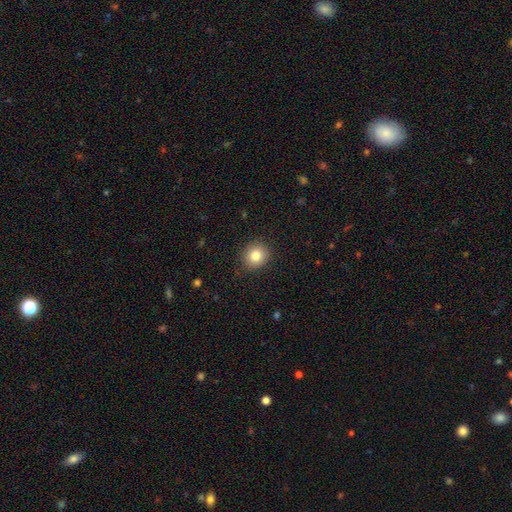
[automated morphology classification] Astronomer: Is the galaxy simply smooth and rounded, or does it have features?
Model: smooth — 83%.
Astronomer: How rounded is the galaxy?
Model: round — 87%.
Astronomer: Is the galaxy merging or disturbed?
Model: none — 89%.